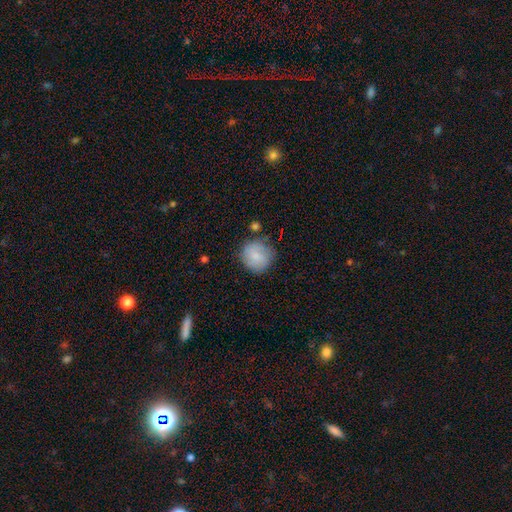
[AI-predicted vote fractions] Overall: smooth (78%). How rounded: round (90%). Merging: none (73%).